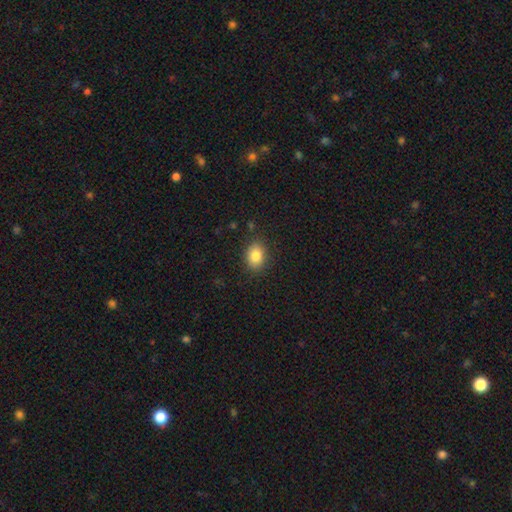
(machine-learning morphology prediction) Smooth or featured: smooth — 83% (star or artifact — 9%)
How rounded: in between — 64% (round — 35%)
Merging: none — 86% (minor disturbance — 10%)